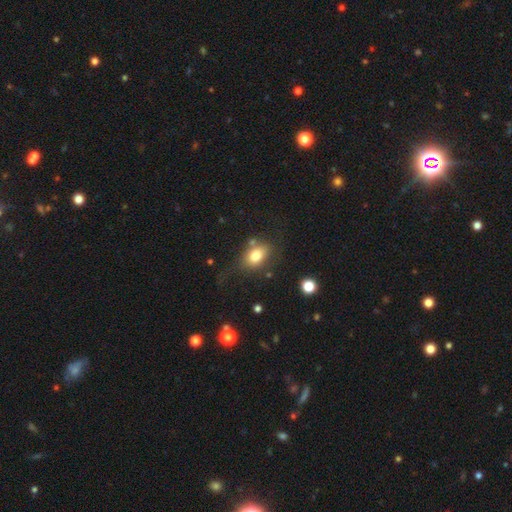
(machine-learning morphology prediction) A smooth galaxy with no disk features (78%) that is in between round and cigar-shaped (73%).

Vote fractions:
- Smooth or featured? smooth: 78% / featured or disk: 13% / star or artifact: 9%
- How rounded? in between: 73% / round: 25% / cigar-shaped: 2%
- Merging? none: 61% / minor disturbance: 19% / major disturbance: 11% / merger: 9%